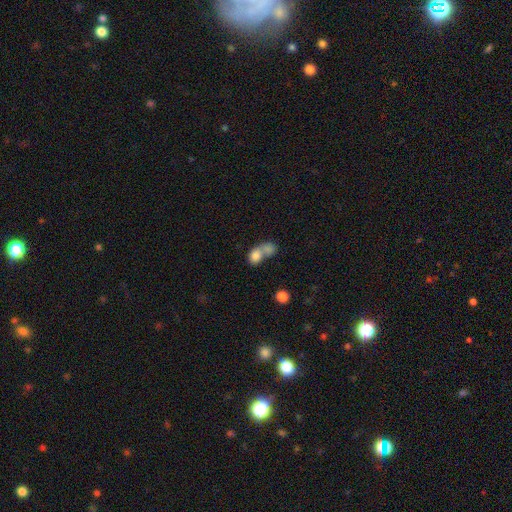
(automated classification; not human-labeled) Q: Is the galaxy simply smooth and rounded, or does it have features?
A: smooth — 78%.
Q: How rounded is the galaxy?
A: in between — 53%.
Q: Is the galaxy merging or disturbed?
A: merger — 68%.